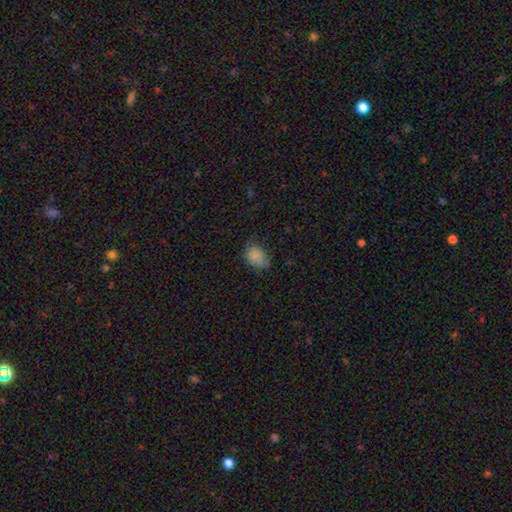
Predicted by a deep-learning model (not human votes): Q: Smooth or featured?
A: smooth (82%); runner-up: star or artifact (9%)
Q: How rounded?
A: in between (78%); runner-up: round (21%)
Q: Merging?
A: none (57%); runner-up: minor disturbance (33%)